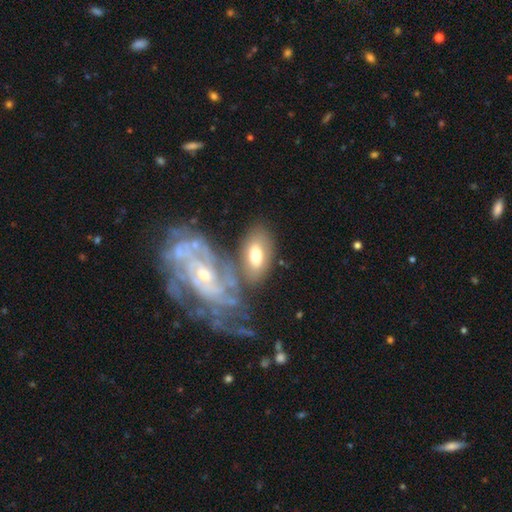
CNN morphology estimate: Q: Smooth or featured?
A: smooth (52%); runner-up: featured or disk (42%)
Q: How rounded?
A: in between (90%); runner-up: round (6%)
Q: Merging?
A: none (56%); runner-up: merger (24%)